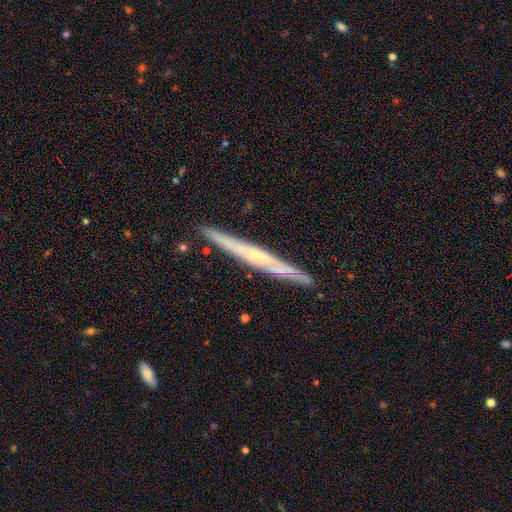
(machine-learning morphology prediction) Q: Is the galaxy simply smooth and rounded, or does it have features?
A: featured or disk — 68%.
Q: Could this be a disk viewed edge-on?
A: yes — 94%.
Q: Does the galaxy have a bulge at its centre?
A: none — 59%.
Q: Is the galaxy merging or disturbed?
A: none — 88%.